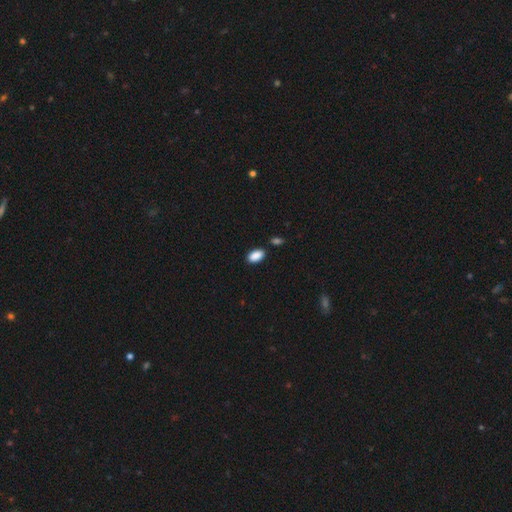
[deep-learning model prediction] smooth_or_featured: smooth (p=0.90) [alt: star or artifact p=0.07]
how_rounded: in between (p=0.93) [alt: round p=0.04]
merging: none (p=0.83) [alt: minor disturbance p=0.11]